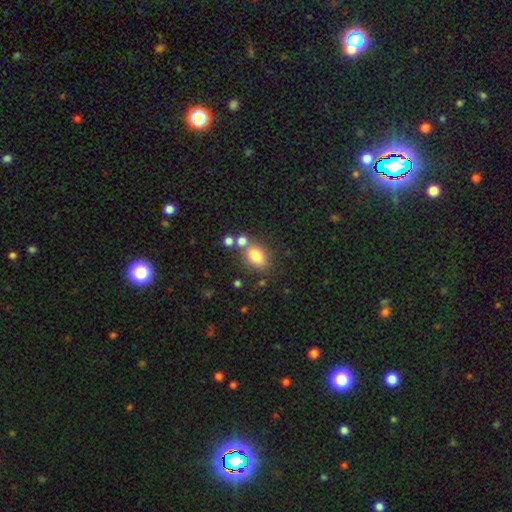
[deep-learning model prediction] A smooth galaxy with no disk features (80%) that is in between round and cigar-shaped (67%). Merging: none (61%).